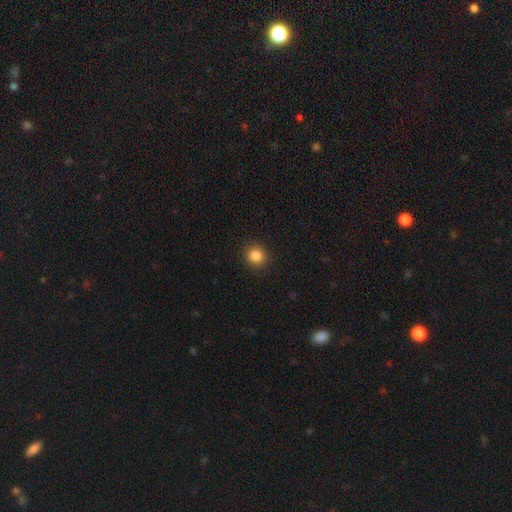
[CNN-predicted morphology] Smooth or featured?
  - smooth: 85% *
  - star or artifact: 11%
  - featured or disk: 4%
How rounded?
  - round: 87% *
  - in between: 12%
  - cigar-shaped: 1%
Merging?
  - none: 91% *
  - minor disturbance: 6%
  - major disturbance: 2%
  - merger: 1%